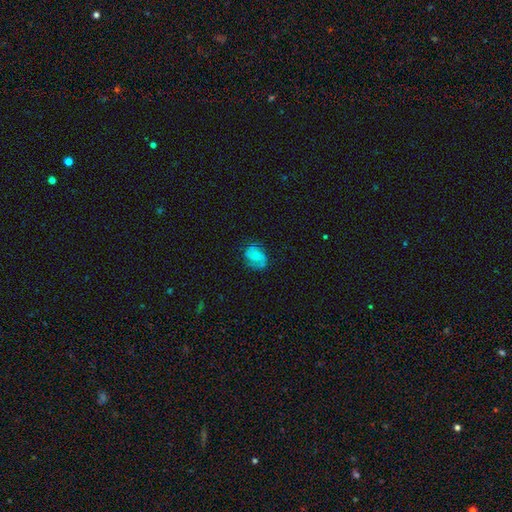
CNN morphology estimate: Smooth or featured? featured or disk (53%)
Edge-on disk? no (97%)
Bar? no (72%)
Spiral arms? yes (86%)
Bulge size? small (55%)
Merging? none (69%)